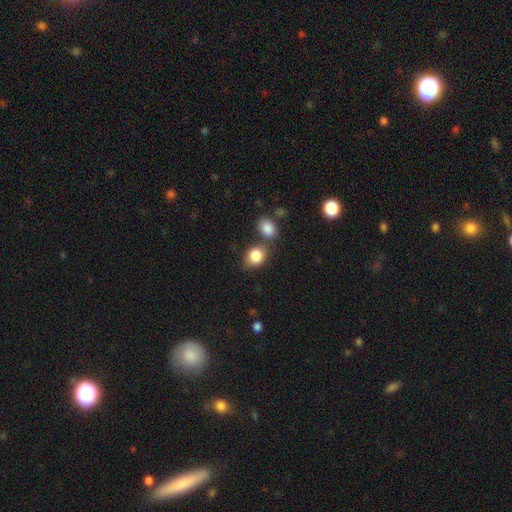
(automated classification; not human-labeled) This appears to be a smooth galaxy with no disk features (85%) that is in between round and cigar-shaped (51%). Merging: none (61%).